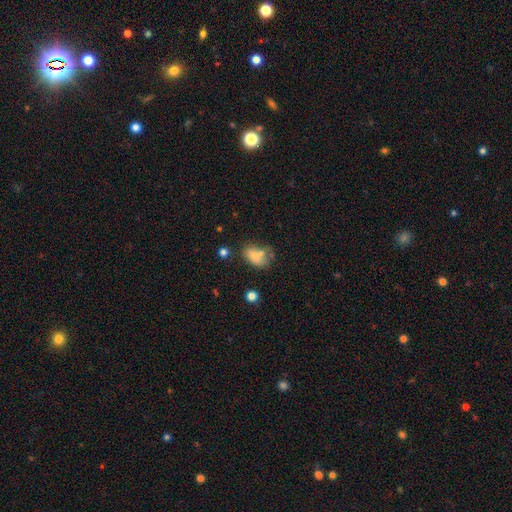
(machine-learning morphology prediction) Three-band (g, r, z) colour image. It shows a smooth galaxy with no disk features (71%) that is in between round and cigar-shaped (82%). Merging: none (41%).